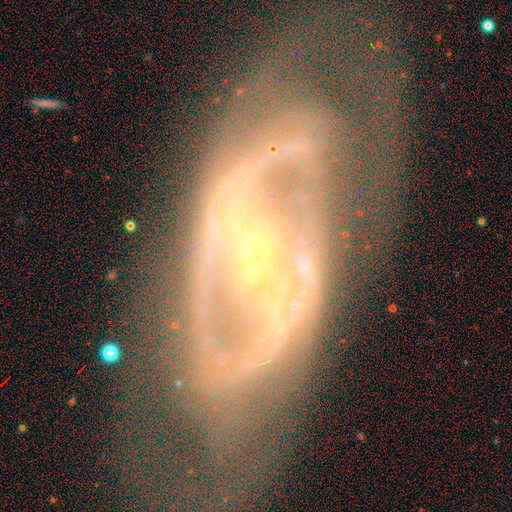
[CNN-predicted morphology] Smooth or featured? featured or disk (85%)
Edge-on disk? no (89%)
Bar? strong (52%)
Spiral arms? yes (71%)
Spiral winding? tight (49%)
Spiral arm count? 2 (54%)
Bulge size? small (75%)
Merging? none (66%)